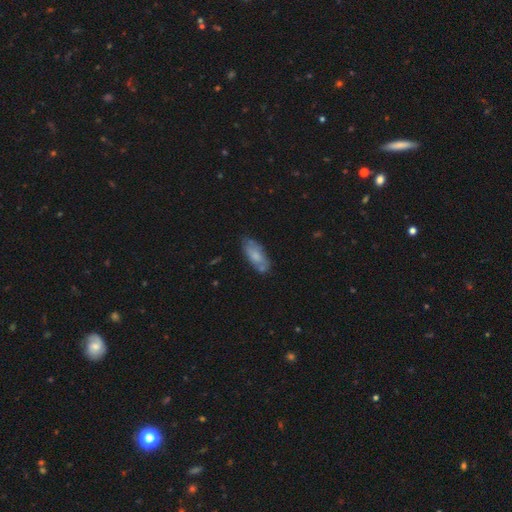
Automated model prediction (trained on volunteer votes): The model was most divided on "smooth or featured": smooth: 65%, featured or disk: 29%, star or artifact: 7%. More confident: how rounded — in between (81%); merging — none (67%).